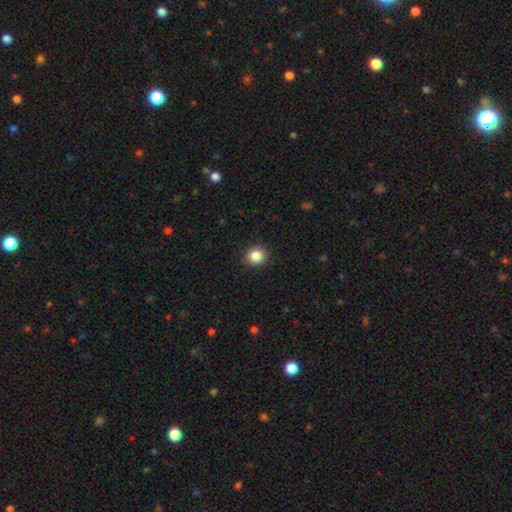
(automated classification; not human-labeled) Q: Smooth or featured?
A: smooth (85%); runner-up: star or artifact (10%)
Q: How rounded?
A: round (88%); runner-up: in between (11%)
Q: Merging?
A: none (91%); runner-up: minor disturbance (6%)